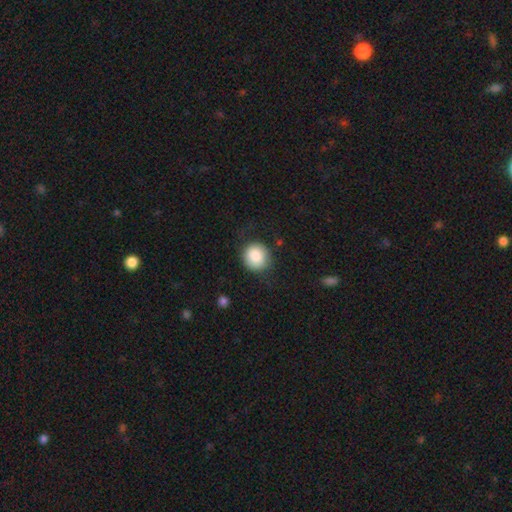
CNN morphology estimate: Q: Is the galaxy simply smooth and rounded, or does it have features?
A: smooth — 85%.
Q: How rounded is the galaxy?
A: round — 88%.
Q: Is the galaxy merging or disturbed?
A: none — 75%.